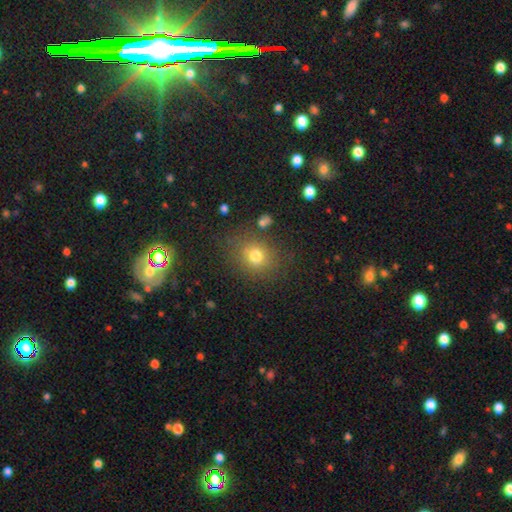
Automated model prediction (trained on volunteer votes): smooth 75%, star or artifact 15%, featured or disk 10%. Down the decision tree: how rounded — round (68%); merging — none (78%).